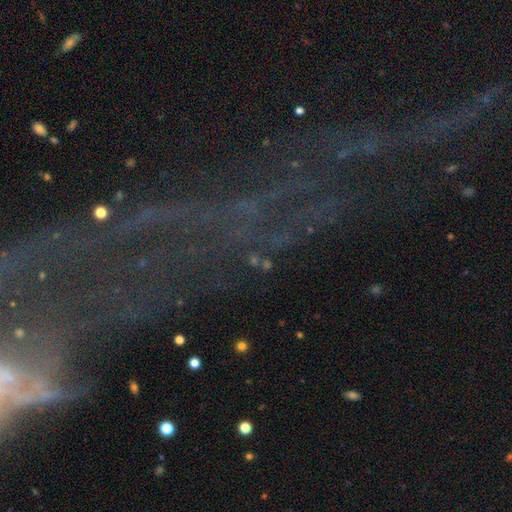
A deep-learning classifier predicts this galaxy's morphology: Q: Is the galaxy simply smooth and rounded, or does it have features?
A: star or artifact — 65%.